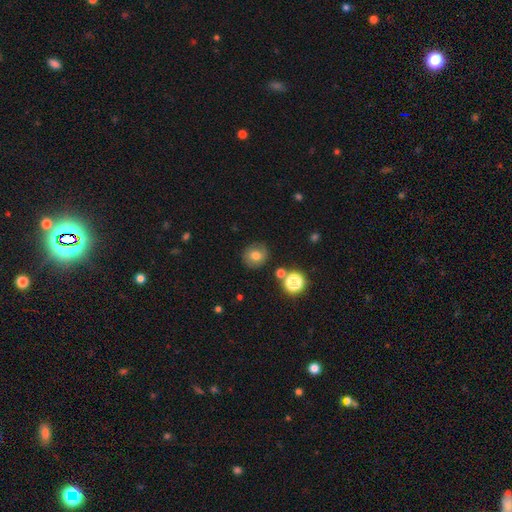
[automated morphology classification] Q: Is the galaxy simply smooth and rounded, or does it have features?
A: smooth — 73%.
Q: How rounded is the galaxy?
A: round — 87%.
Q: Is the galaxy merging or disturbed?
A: none — 82%.